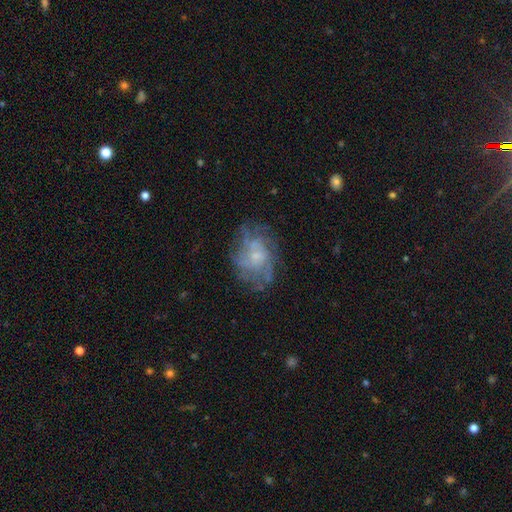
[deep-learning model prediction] Smooth or featured? Predicted: featured or disk (p=0.69). Edge-on disk? Predicted: no (p=0.97). Bar? Predicted: no (p=0.75). Spiral arms? Predicted: yes (p=0.79). Spiral winding? Predicted: tight (p=0.41). Spiral arm count? Predicted: can't tell (p=0.47). Bulge size? Predicted: small (p=0.52). Merging? Predicted: none (p=0.67).